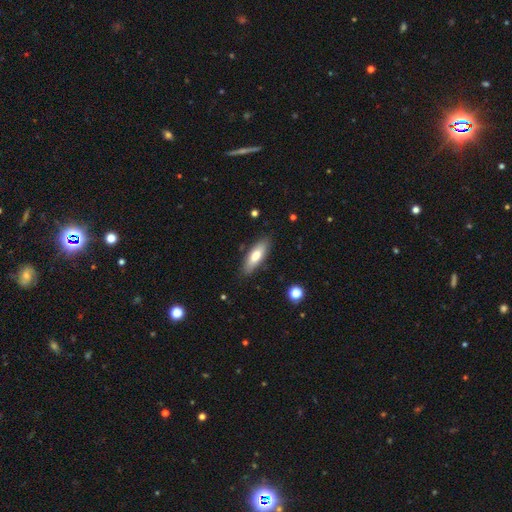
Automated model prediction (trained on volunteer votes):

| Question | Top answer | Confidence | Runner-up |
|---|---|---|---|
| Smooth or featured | smooth | 73% | featured or disk (21%) |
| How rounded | in between | 61% | cigar-shaped (37%) |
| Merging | none | 84% | minor disturbance (12%) |